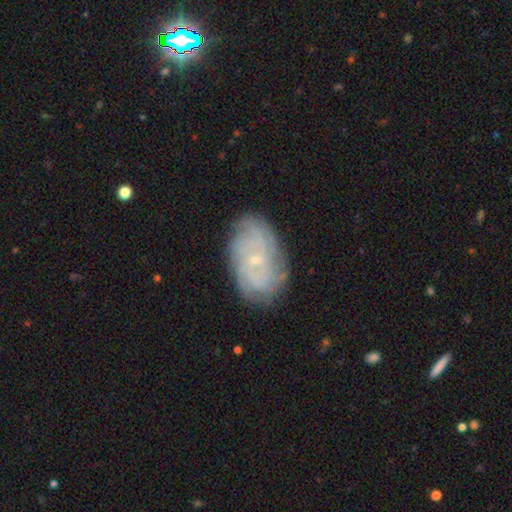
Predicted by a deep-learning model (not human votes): Smooth or featured: featured or disk — 61% (smooth — 24%)
Edge-on disk: no — 95% (yes — 5%)
Bar: no — 70% (weak — 26%)
Spiral arms: yes — 88% (no — 12%)
Spiral winding: tight — 64% (medium — 26%)
Spiral arm count: can't tell — 52% (4 — 12%)
Bulge size: small — 80% (moderate — 15%)
Merging: none — 81% (minor disturbance — 14%)